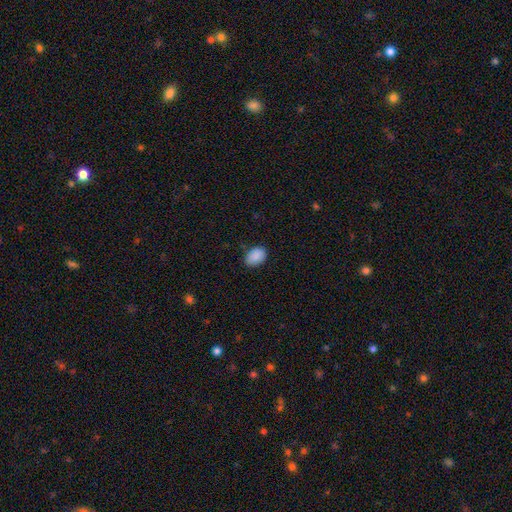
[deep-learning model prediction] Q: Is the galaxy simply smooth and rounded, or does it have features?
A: smooth — 89%.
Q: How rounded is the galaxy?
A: in between — 79%.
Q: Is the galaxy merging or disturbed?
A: none — 79%.